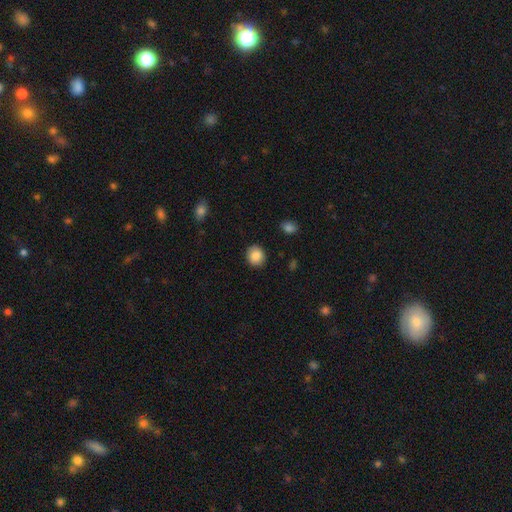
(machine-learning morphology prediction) Q: Smooth or featured?
A: smooth (87%); runner-up: star or artifact (8%)
Q: How rounded?
A: round (78%); runner-up: in between (21%)
Q: Merging?
A: none (89%); runner-up: minor disturbance (8%)